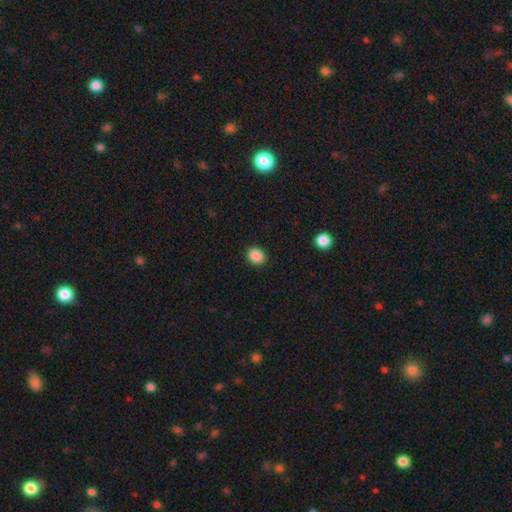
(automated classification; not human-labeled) The model was most divided on "how rounded": round: 51%, in between: 48%, cigar-shaped: 1%. More confident: merging — none (90%); smooth or featured — smooth (88%).